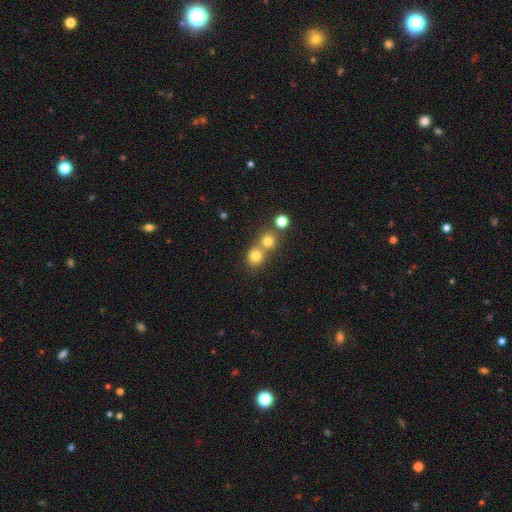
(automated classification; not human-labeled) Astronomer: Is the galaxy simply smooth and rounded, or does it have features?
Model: smooth — 76%.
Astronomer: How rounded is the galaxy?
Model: round — 84%.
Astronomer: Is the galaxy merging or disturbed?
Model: none — 47% (runner-up: merger, 45%).